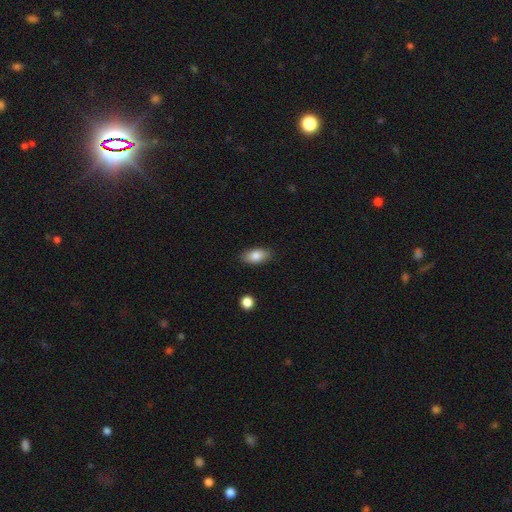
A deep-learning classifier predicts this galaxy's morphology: Smooth or featured?
  - smooth: 83% *
  - featured or disk: 10%
  - star or artifact: 7%
How rounded?
  - in between: 91% *
  - cigar-shaped: 5%
  - round: 4%
Merging?
  - none: 88% *
  - minor disturbance: 9%
  - major disturbance: 2%
  - merger: 1%